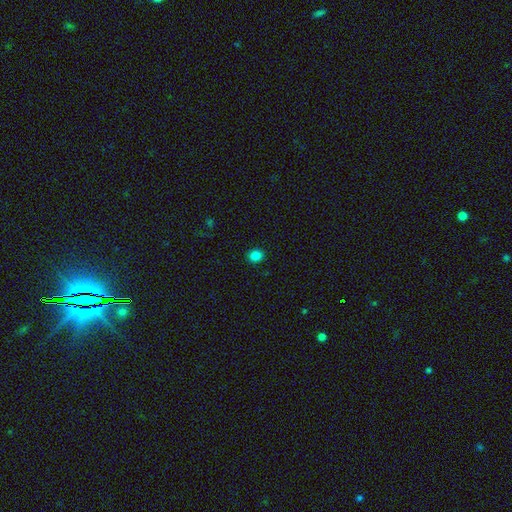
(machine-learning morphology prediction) A smooth galaxy with no disk features (84%) that is round (72%). Merging: none (91%).